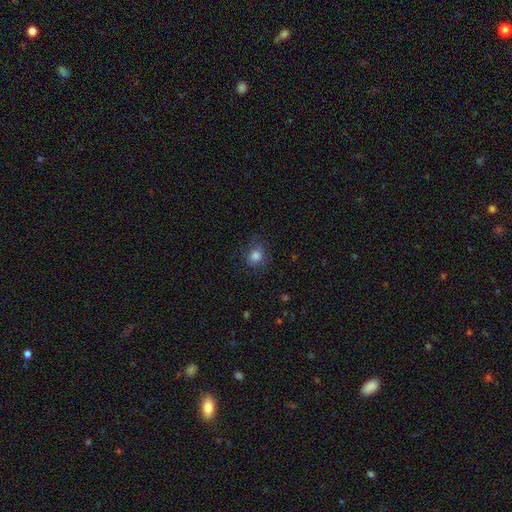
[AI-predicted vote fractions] This appears to be a smooth galaxy with no disk features (82%) that is round (73%). Merging: none (73%).